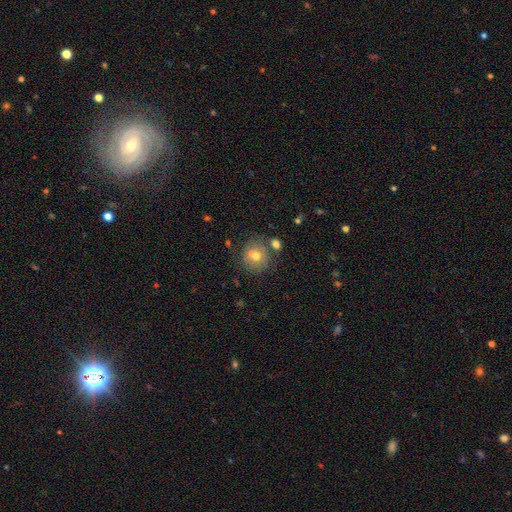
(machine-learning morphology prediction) smooth 66%, featured or disk 23%, star or artifact 10%. Down the decision tree: how rounded — round (88%); merging — none (72%).